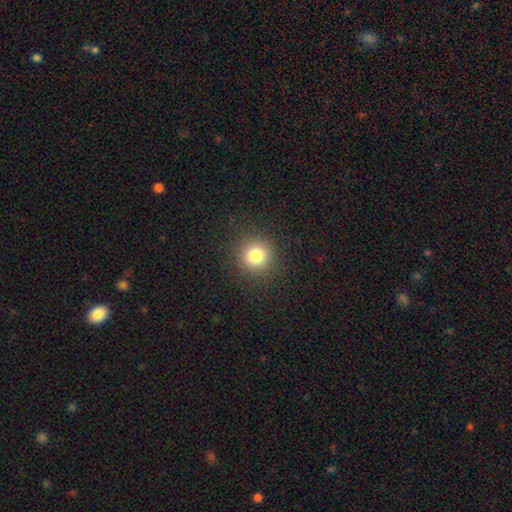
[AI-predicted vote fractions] Overall: smooth (80%). How rounded: round (93%). Merging: none (90%).